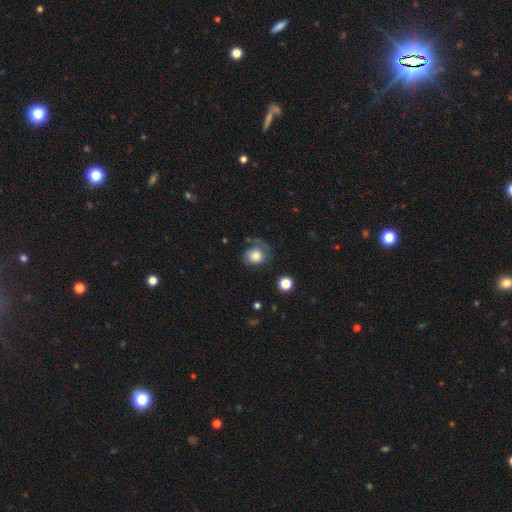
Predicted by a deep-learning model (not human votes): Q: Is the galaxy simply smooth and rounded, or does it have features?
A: smooth — 70%.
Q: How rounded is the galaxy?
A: round — 72%.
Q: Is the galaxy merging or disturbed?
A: none — 47%.